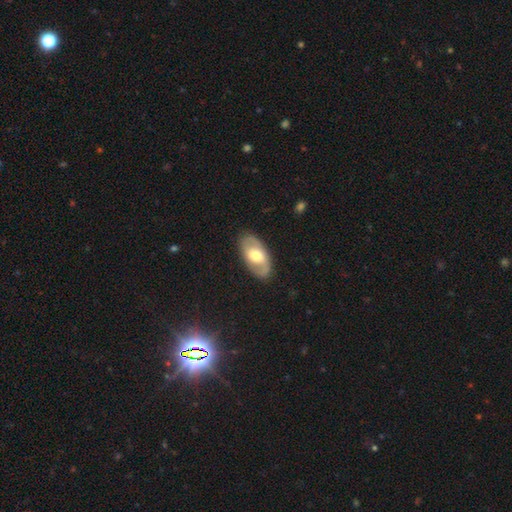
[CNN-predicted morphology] smooth-or-featured: featured or disk: 52% | smooth: 43% | star or artifact: 5%
  disk-edge-on: no: 90% | yes: 10%
  merging: none: 83% | minor disturbance: 12% | major disturbance: 4% | merger: 1%